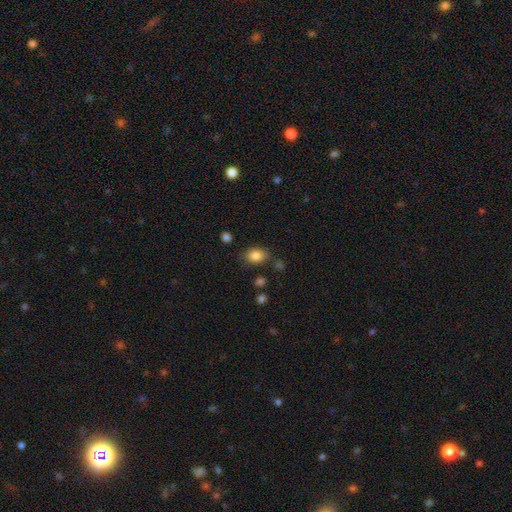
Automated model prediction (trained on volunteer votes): Overall: smooth (85%). How rounded: in between (75%). Merging: none (77%).